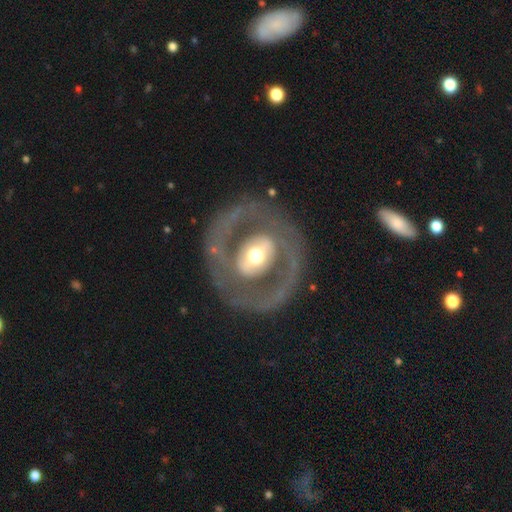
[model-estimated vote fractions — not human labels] featured or disk 77%, smooth 17%, star or artifact 5%. Down the decision tree: edge-on disk — no (94%); bar — no (36%); spiral arms — yes (52%); bulge size — moderate (59%); merging — none (74%).